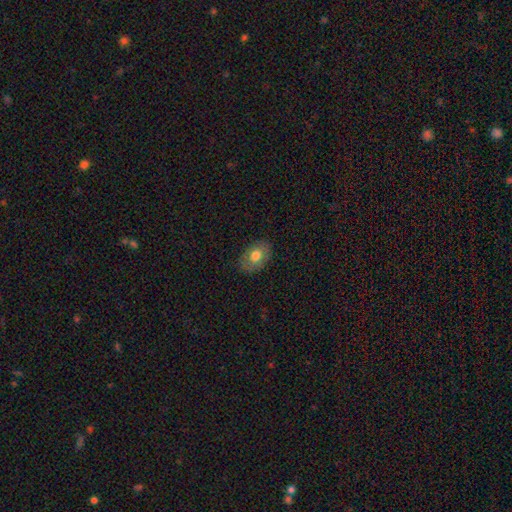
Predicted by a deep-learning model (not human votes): Smooth or featured? Predicted: smooth (p=0.72). How rounded? Predicted: in between (p=0.82). Merging? Predicted: none (p=0.84).